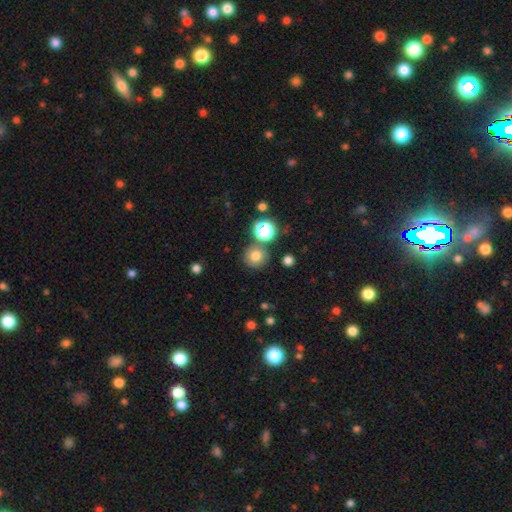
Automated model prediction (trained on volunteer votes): A smooth galaxy with no disk features (74%) that is round (92%).

Vote fractions:
- Smooth or featured? smooth: 74% / star or artifact: 17% / featured or disk: 9%
- How rounded? round: 92% / in between: 7% / cigar-shaped: 1%
- Merging? none: 80% / merger: 9% / minor disturbance: 8% / major disturbance: 3%